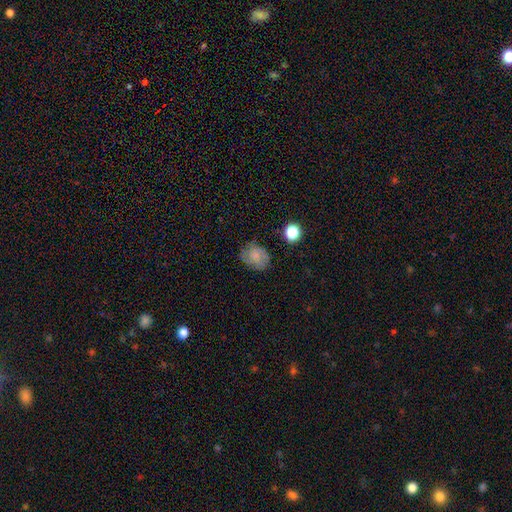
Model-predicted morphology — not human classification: The model was most divided on "how rounded": in between: 50%, round: 49%, cigar-shaped: 1%. More confident: merging — none (64%); smooth or featured — smooth (62%).